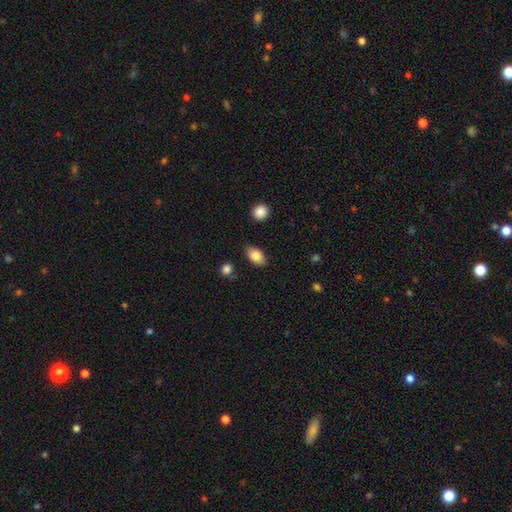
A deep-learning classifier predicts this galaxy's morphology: Smooth or featured? Predicted: smooth (p=0.81). How rounded? Predicted: in between (p=0.90). Merging? Predicted: none (p=0.84).